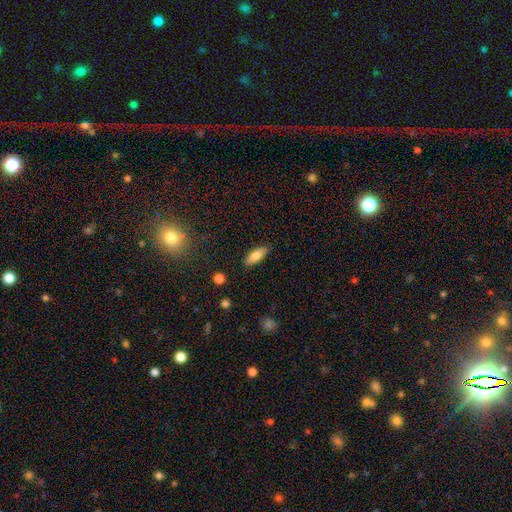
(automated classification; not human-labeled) Q: Smooth or featured?
A: smooth (78%); runner-up: featured or disk (15%)
Q: How rounded?
A: in between (73%); runner-up: cigar-shaped (25%)
Q: Merging?
A: none (87%); runner-up: minor disturbance (10%)